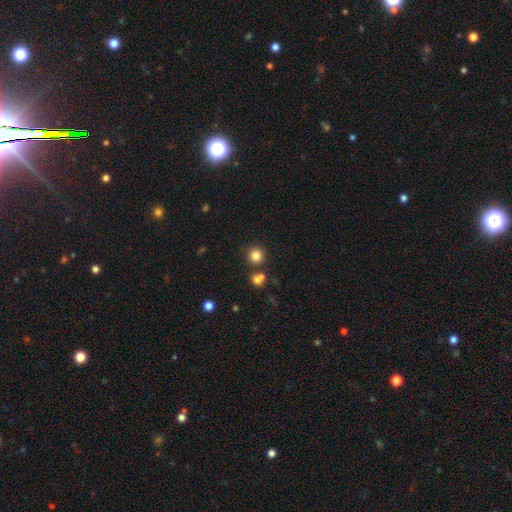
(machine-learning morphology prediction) A smooth galaxy with no disk features (82%) that is round (93%).

Vote fractions:
- Smooth or featured? smooth: 82% / star or artifact: 12% / featured or disk: 6%
- How rounded? round: 93% / in between: 6% / cigar-shaped: 1%
- Merging? none: 79% / merger: 11% / minor disturbance: 7% / major disturbance: 3%